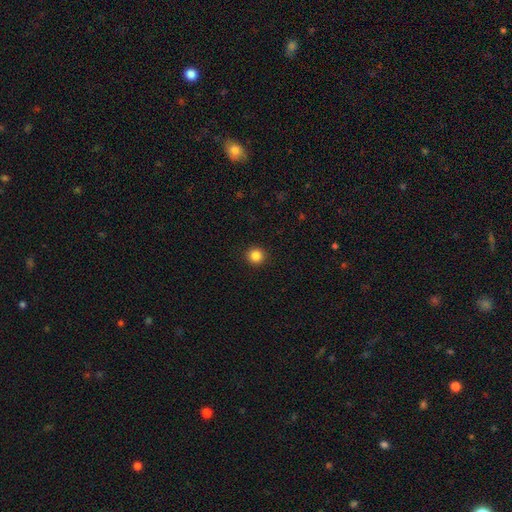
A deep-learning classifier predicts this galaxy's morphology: Overall: smooth (85%). How rounded: round (94%). Merging: none (93%).